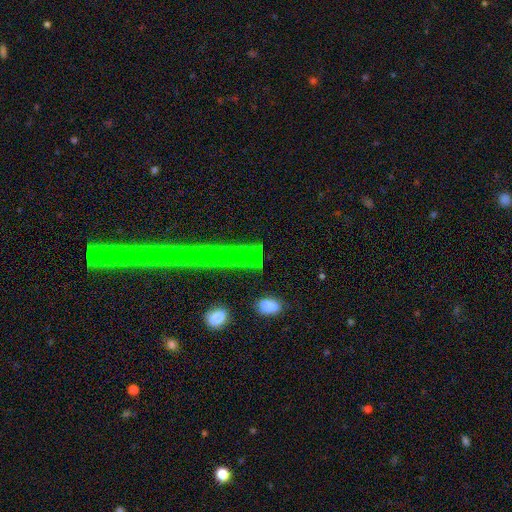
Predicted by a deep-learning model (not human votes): Overall: star or artifact (51%; smooth 35%).